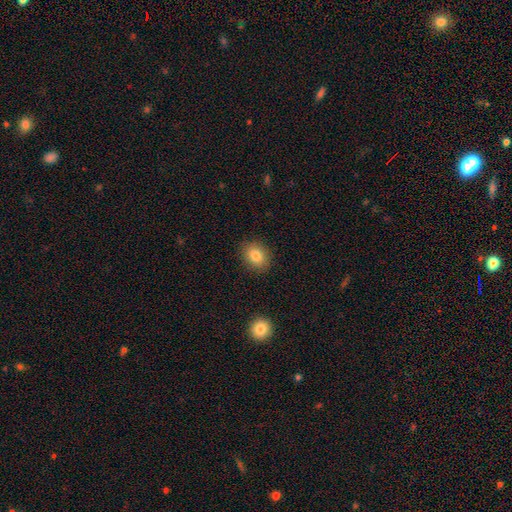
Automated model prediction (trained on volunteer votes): Smooth or featured?
  - smooth: 83% *
  - star or artifact: 9%
  - featured or disk: 8%
How rounded?
  - in between: 56% *
  - round: 43%
  - cigar-shaped: 1%
Merging?
  - none: 88% *
  - minor disturbance: 9%
  - major disturbance: 2%
  - merger: 1%